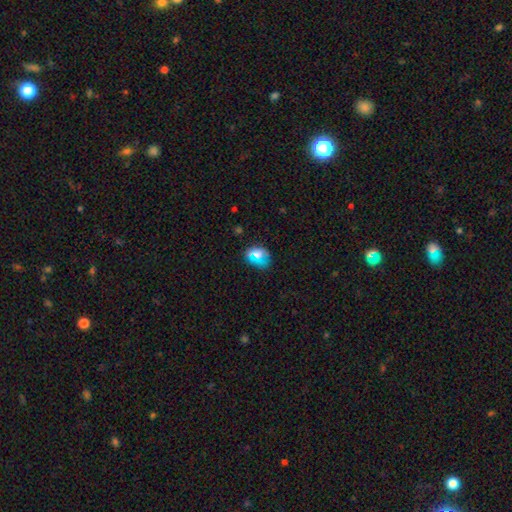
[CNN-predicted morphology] This appears to be a smooth galaxy with no disk features (63%) that is in between round and cigar-shaped (57%). Merging: none (72%).